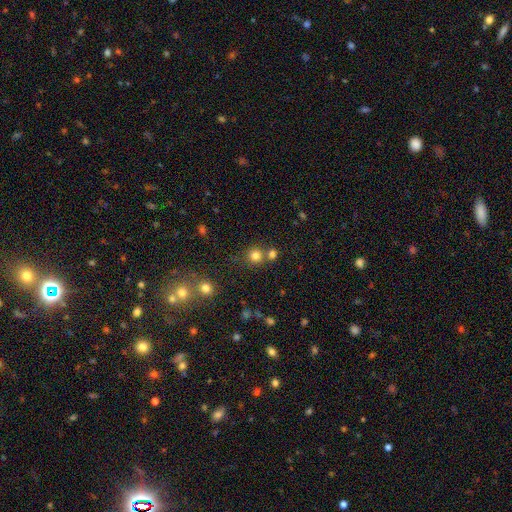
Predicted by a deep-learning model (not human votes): smooth 78%, star or artifact 15%, featured or disk 6%. Down the decision tree: how rounded — round (91%); merging — none (67%).